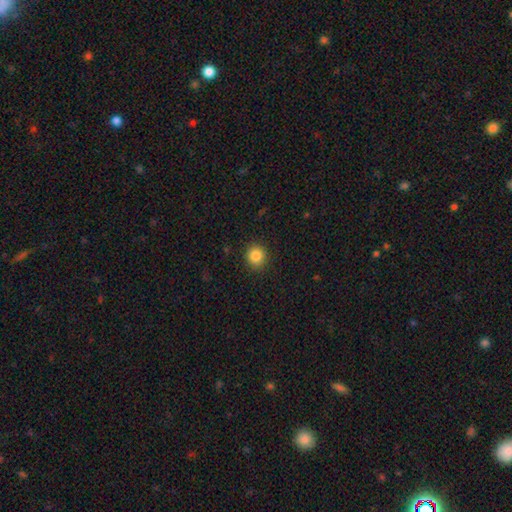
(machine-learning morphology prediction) The model was most divided on "smooth or featured": smooth: 85%, star or artifact: 11%, featured or disk: 4%. More confident: merging — none (90%); how rounded — round (89%).